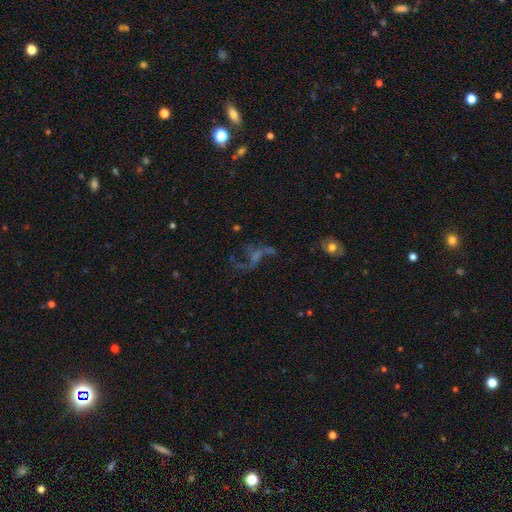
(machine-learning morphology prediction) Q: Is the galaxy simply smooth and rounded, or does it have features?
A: featured or disk — 61%.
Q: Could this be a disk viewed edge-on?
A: no — 94%.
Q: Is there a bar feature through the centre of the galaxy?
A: no — 59%.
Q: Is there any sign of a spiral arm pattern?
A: yes — 71%.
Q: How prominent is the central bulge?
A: none — 46%.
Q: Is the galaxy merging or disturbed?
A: none — 46%.